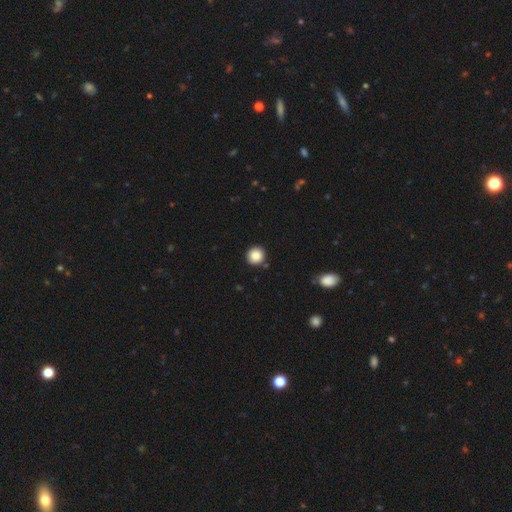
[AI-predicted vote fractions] Overall: smooth (87%). How rounded: round (95%). Merging: none (89%).